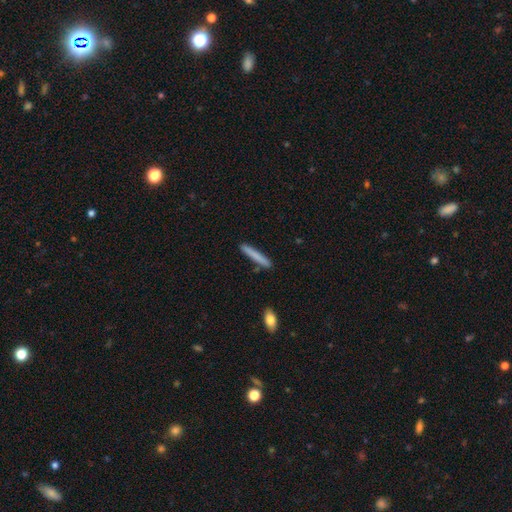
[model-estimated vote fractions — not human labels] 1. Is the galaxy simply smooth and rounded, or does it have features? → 78% smooth, 17% featured or disk, 6% star or artifact.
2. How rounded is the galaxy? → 96% cigar-shaped, 3% in between, 1% round.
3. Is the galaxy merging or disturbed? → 89% none, 8% minor disturbance, 2% merger, 2% major disturbance.